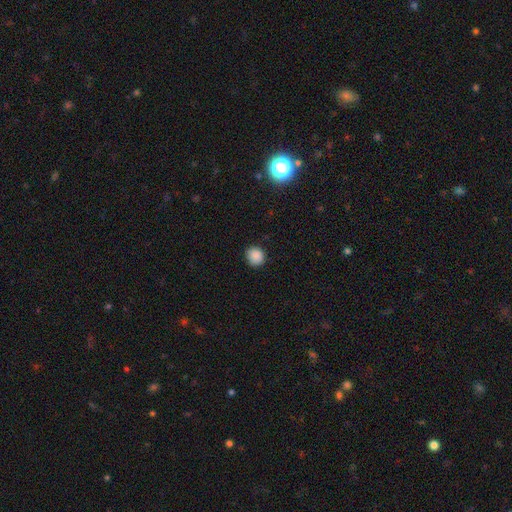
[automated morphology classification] The model was most divided on "how rounded": round: 82%, in between: 17%, cigar-shaped: 1%. More confident: smooth or featured — smooth (87%); merging — none (86%).